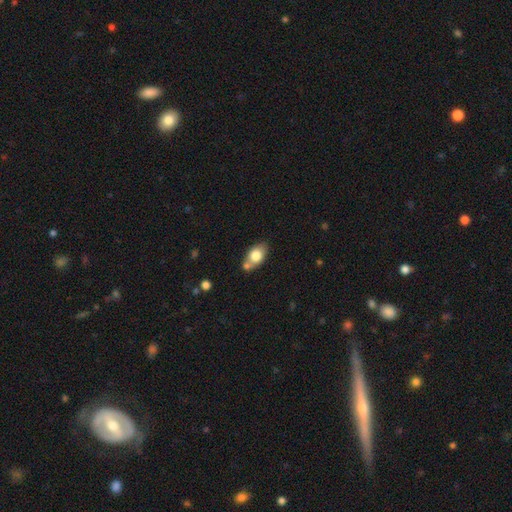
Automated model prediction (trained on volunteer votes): This is likely a smooth galaxy (76%). How rounded: clearly in between (84%). Merging: possibly none (55%).